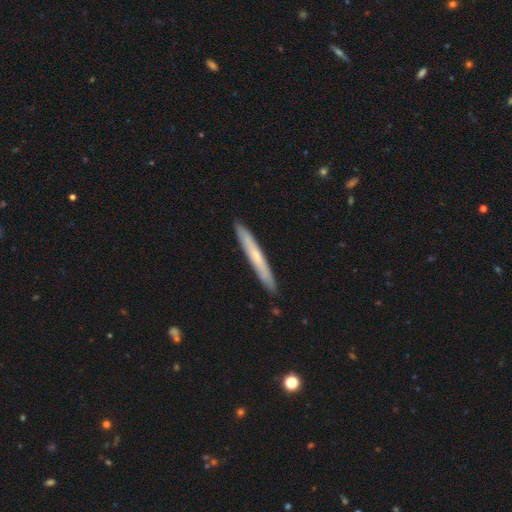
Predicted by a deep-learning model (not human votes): Q: Smooth or featured?
A: smooth (51%); runner-up: featured or disk (43%)
Q: How rounded?
A: cigar-shaped (96%); runner-up: in between (2%)
Q: Merging?
A: none (90%); runner-up: minor disturbance (7%)